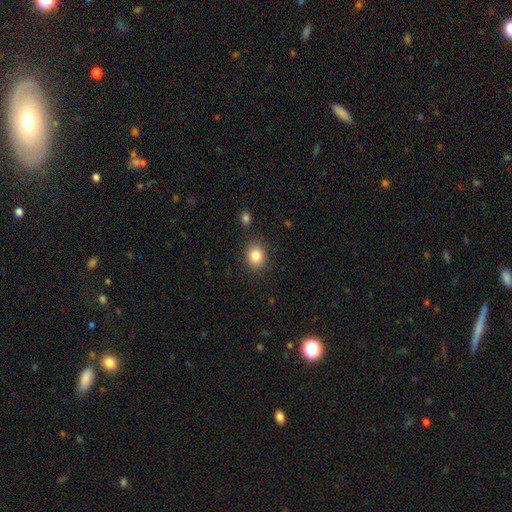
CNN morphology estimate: Smooth or featured: smooth — 85% (star or artifact — 9%)
How rounded: round — 51% (in between — 48%)
Merging: none — 84% (minor disturbance — 10%)